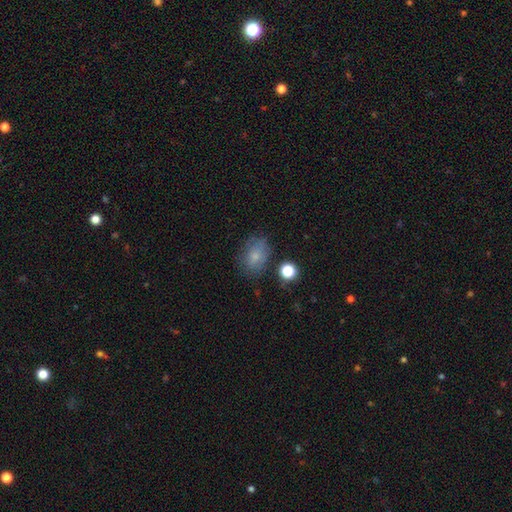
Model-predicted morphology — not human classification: Overall: smooth (72%). How rounded: in between (69%; round 29%). Merging: none (68%).